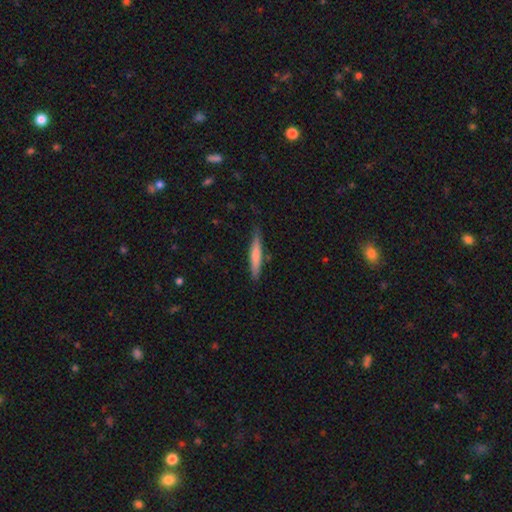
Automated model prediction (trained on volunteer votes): The model was most divided on "smooth or featured": smooth: 69%, featured or disk: 26%, star or artifact: 5%. More confident: how rounded — cigar-shaped (92%); merging — none (81%).